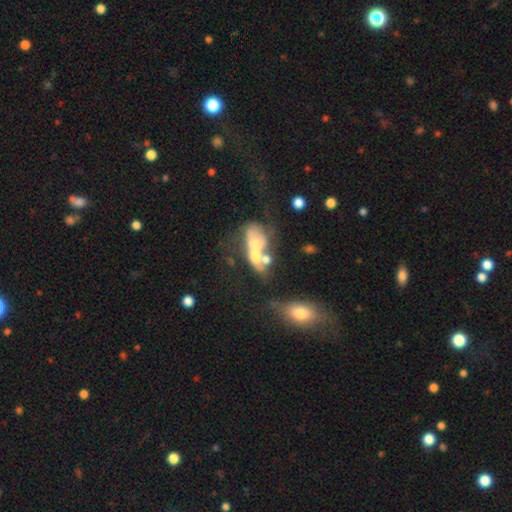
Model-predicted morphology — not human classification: Q: Smooth or featured?
A: featured or disk (50%); runner-up: smooth (38%)
Q: Merging?
A: merger (68%); runner-up: major disturbance (15%)